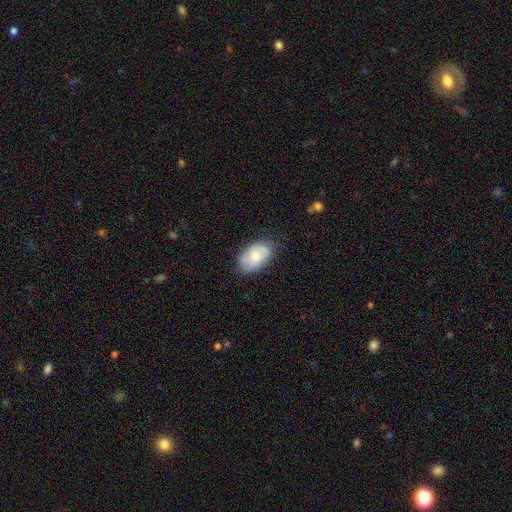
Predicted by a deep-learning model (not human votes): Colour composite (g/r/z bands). It shows a smooth galaxy with no disk features (72%) that is in between round and cigar-shaped (93%). Merging: none (69%).